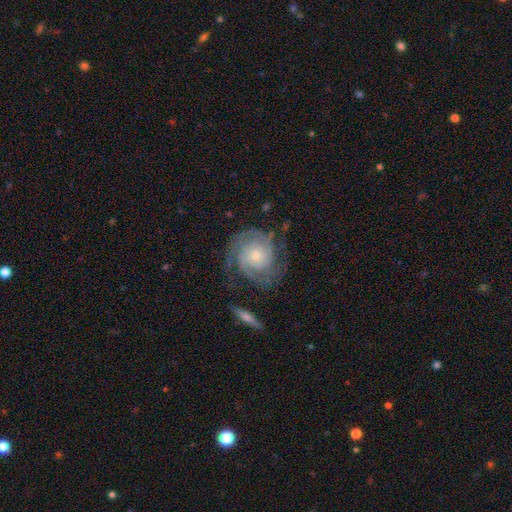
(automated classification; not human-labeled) A featured or disk galaxy (85%) with no bar (78%), 2 (36%) tight (66%) spiral arms (97%) and a small central bulge (71%).

Vote fractions:
- Smooth or featured? featured or disk: 85% / smooth: 10% / star or artifact: 5%
- Edge-on disk? no: 98% / yes: 2%
- Bar? no: 78% / weak: 18% / strong: 4%
- Spiral arms? yes: 97% / no: 3%
- Spiral winding? tight: 66% / medium: 27% / loose: 7%
- Spiral arm count? 2: 36% / 3: 24% / can't tell: 21% / 4: 9% / 1: 5% / more than 4: 5%
- Bulge size? small: 71% / moderate: 23% / large: 2% / none: 2% / dominant: 1%
- Merging? none: 70% / minor disturbance: 18% / major disturbance: 11% / merger: 2%